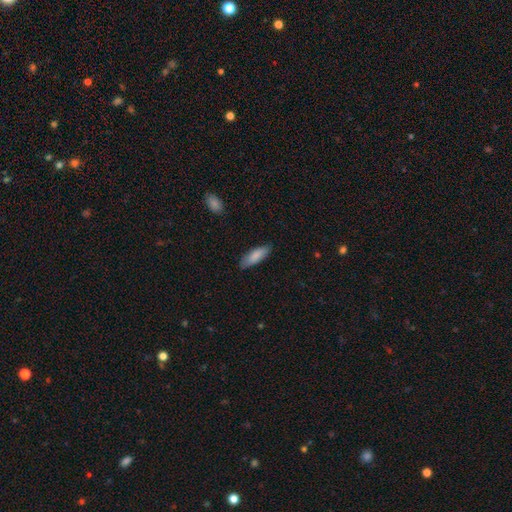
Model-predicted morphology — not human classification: This appears to be a smooth galaxy with no disk features (85%) that is in between round and cigar-shaped (59%). Merging: none (84%).